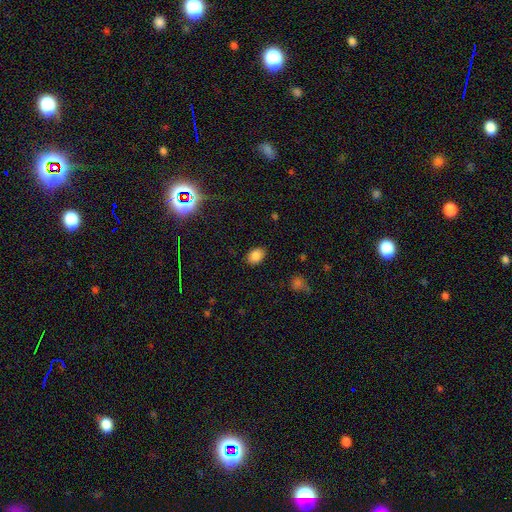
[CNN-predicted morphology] Smooth or featured?
  - smooth: 84% *
  - star or artifact: 12%
  - featured or disk: 5%
How rounded?
  - in between: 72% *
  - round: 27%
  - cigar-shaped: 1%
Merging?
  - none: 84% *
  - minor disturbance: 12%
  - major disturbance: 3%
  - merger: 1%